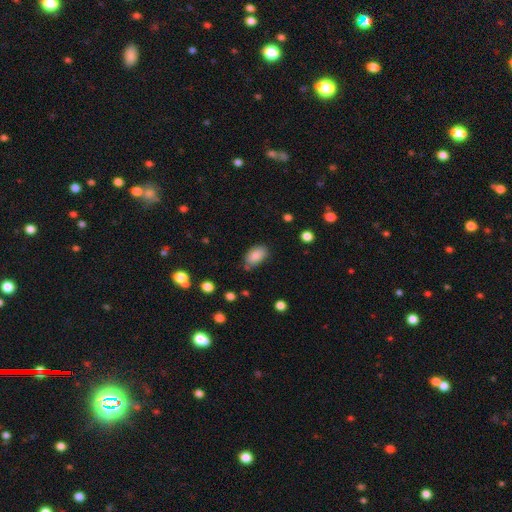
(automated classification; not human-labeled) The model was most divided on "merging": none: 69%, minor disturbance: 22%, major disturbance: 5%, merger: 4%. More confident: how rounded — in between (92%); smooth or featured — smooth (85%).